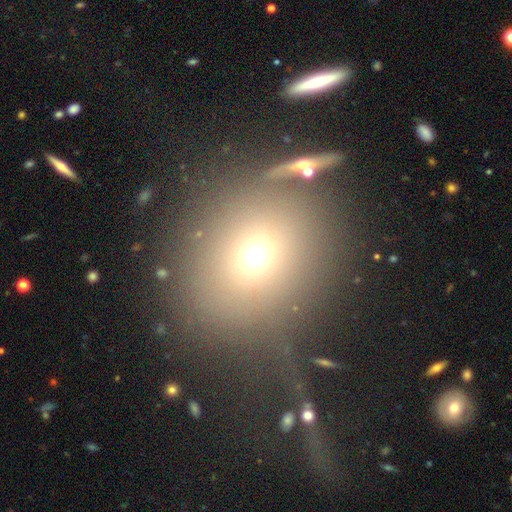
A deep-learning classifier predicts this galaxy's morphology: The model was most divided on "smooth or featured": smooth: 62%, star or artifact: 23%, featured or disk: 14%. More confident: how rounded — round (83%); merging — none (71%).